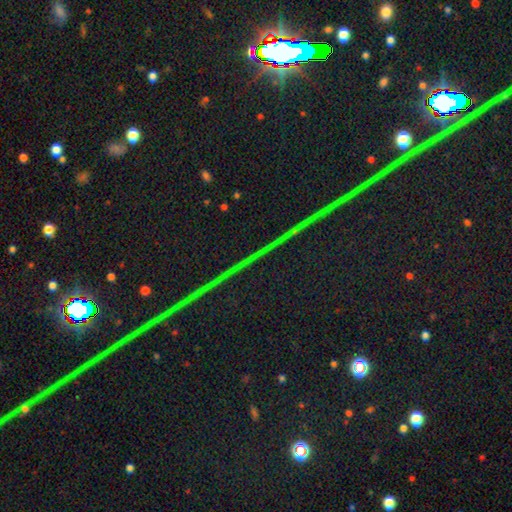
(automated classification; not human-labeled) Smooth or featured: star or artifact — 86% (featured or disk — 7%)